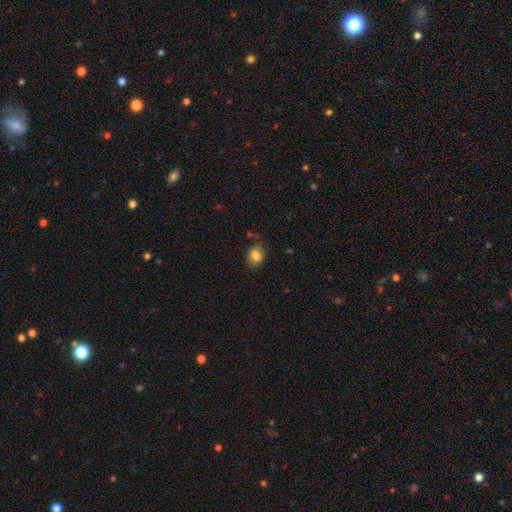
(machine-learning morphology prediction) This appears to be a smooth galaxy with no disk features (80%) that is in between round and cigar-shaped (65%). Merging: none (76%).